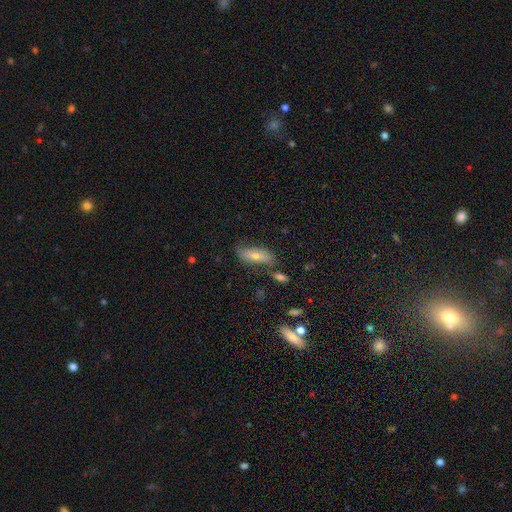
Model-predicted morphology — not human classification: The model was most divided on "smooth or featured": smooth: 63%, featured or disk: 30%, star or artifact: 8%. More confident: how rounded — in between (76%); merging — none (65%).